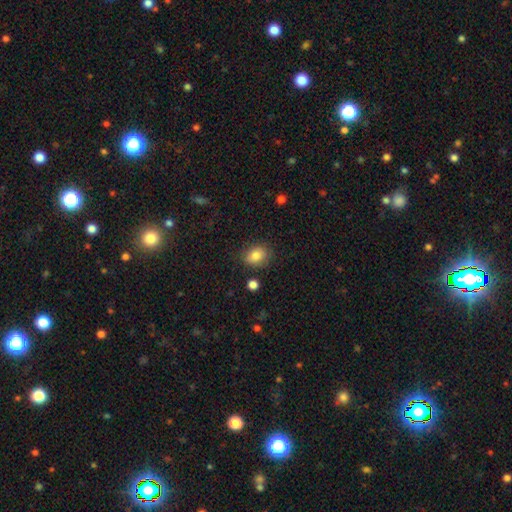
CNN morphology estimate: type=smooth (83%); roundness=in between (62%); merging=none (80%).